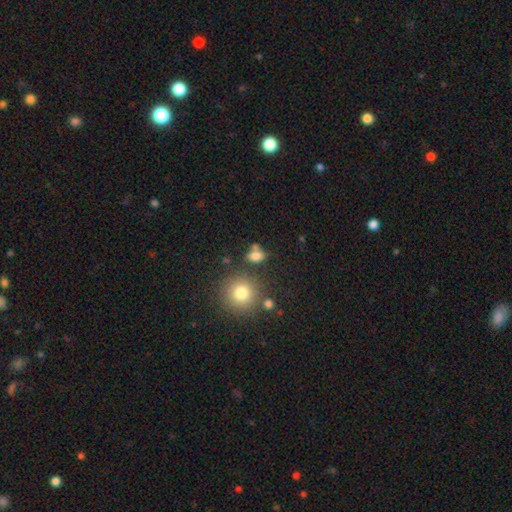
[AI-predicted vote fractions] This is likely a smooth galaxy (76%). How rounded: likely in between (70%). Merging: possibly none (59%).